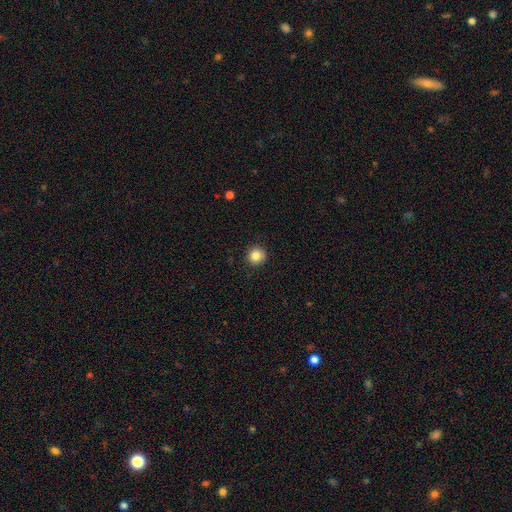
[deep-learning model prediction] A smooth galaxy with no disk features (85%) that is round (93%). Merging: none (91%).